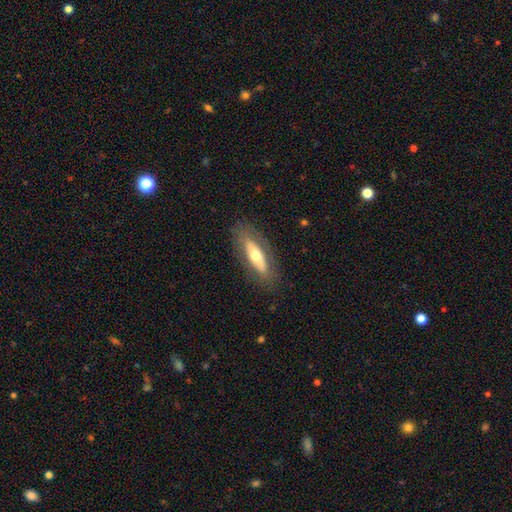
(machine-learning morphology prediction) smooth-or-featured: smooth: 51% | featured or disk: 42% | star or artifact: 6%
  how-rounded: in between: 54% | cigar-shaped: 43% | round: 3%
  merging: none: 81% | minor disturbance: 13% | major disturbance: 5% | merger: 1%